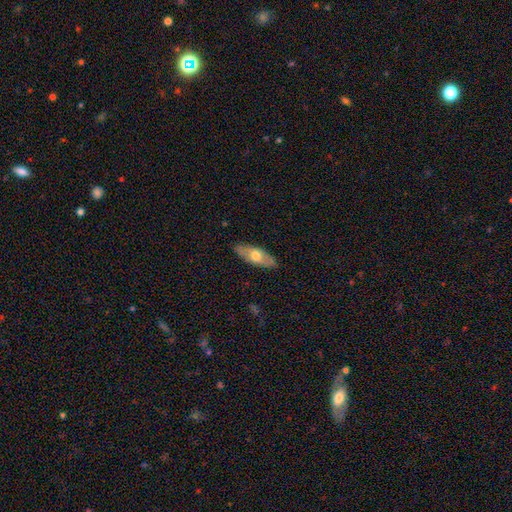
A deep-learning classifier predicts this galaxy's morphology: Smooth or featured? smooth (50%)
Merging? none (87%)